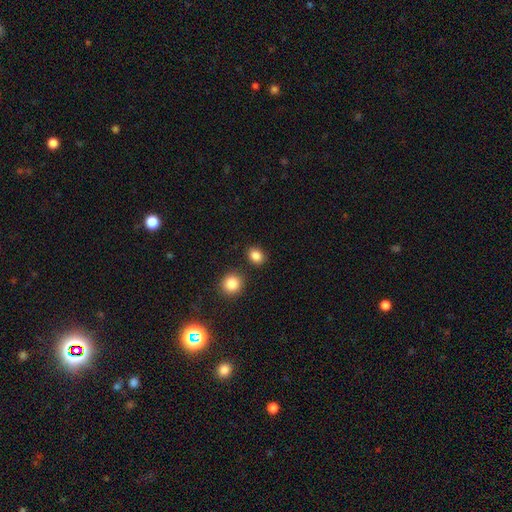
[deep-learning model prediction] This is clearly a smooth galaxy (86%). How rounded: possibly in between (50%). Merging: clearly none (84%).